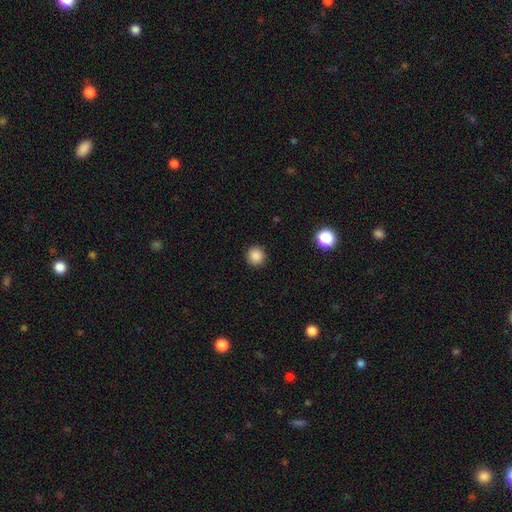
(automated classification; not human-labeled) A smooth galaxy with no disk features (87%) that is round (94%).

Vote fractions:
- Smooth or featured? smooth: 87% / star or artifact: 11% / featured or disk: 3%
- How rounded? round: 94% / in between: 5% / cigar-shaped: 1%
- Merging? none: 92% / minor disturbance: 5% / major disturbance: 2% / merger: 1%